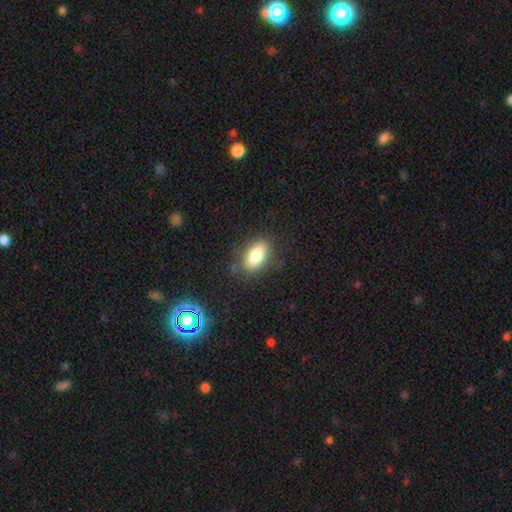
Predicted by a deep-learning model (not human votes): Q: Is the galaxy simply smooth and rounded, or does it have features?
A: smooth — 77%.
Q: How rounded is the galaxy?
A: in between — 84%.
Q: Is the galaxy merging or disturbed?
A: none — 82%.